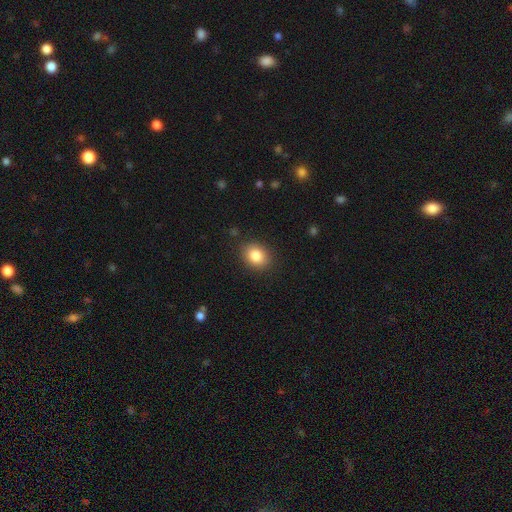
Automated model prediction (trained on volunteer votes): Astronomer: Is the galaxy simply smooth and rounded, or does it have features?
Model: smooth — 85%.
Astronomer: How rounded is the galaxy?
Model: in between — 53% (runner-up: round, 46%).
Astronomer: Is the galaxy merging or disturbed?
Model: none — 86%.